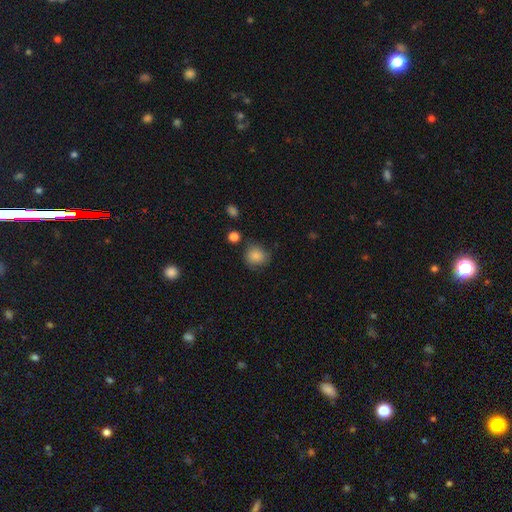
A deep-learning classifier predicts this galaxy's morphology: smooth_or_featured: smooth (p=0.85) [alt: star or artifact p=0.09]
how_rounded: round (p=0.81) [alt: in between p=0.18]
merging: none (p=0.71) [alt: minor disturbance p=0.20]